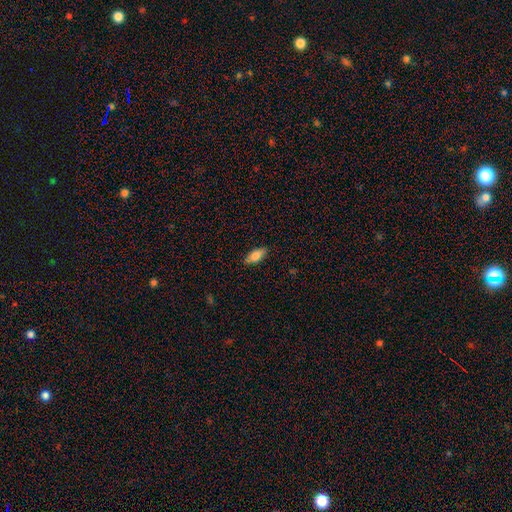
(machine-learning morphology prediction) This is clearly a smooth galaxy (83%). How rounded: clearly in between (81%). Merging: clearly none (86%).